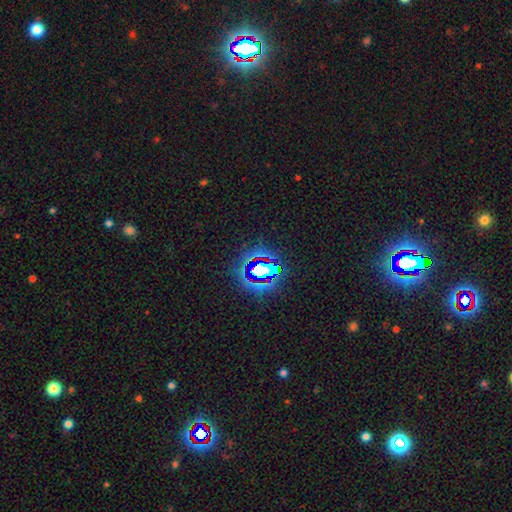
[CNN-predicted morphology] A star or artifact, not a galaxy (80%).

Vote fractions:
- Smooth or featured? star or artifact: 80% / smooth: 13% / featured or disk: 7%